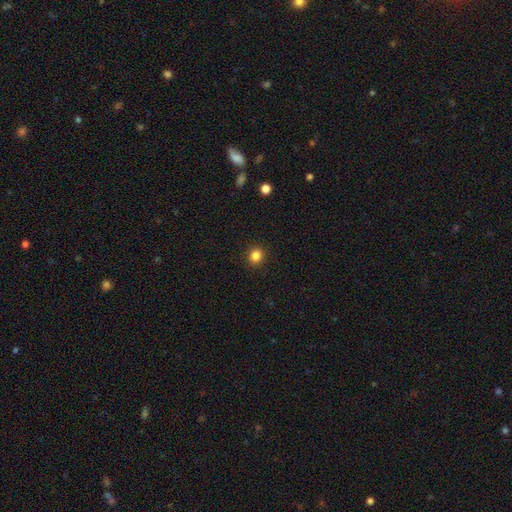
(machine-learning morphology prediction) A smooth galaxy with no disk features (84%) that is round (88%).

Vote fractions:
- Smooth or featured? smooth: 84% / star or artifact: 12% / featured or disk: 4%
- How rounded? round: 88% / in between: 11% / cigar-shaped: 1%
- Merging? none: 92% / minor disturbance: 5% / major disturbance: 2% / merger: 1%